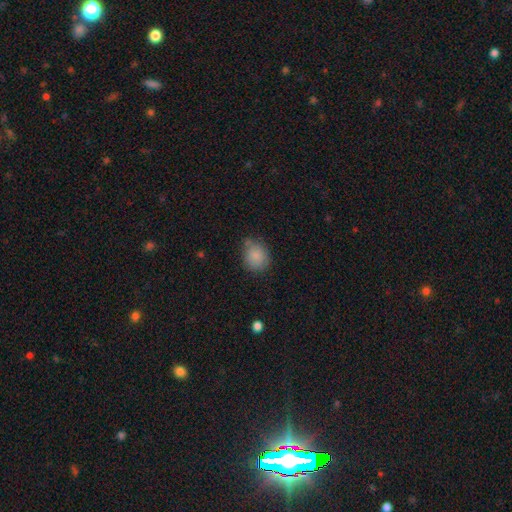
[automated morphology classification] This appears to be a smooth galaxy with no disk features (85%) that is round (66%). Merging: none (62%).